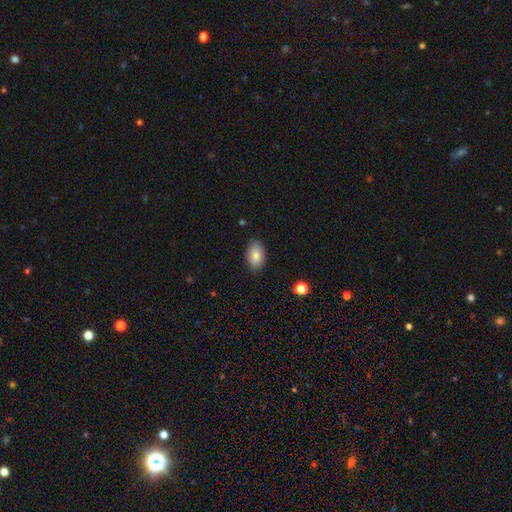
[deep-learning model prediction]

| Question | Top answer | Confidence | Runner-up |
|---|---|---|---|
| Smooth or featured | smooth | 84% | featured or disk (9%) |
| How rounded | in between | 91% | round (8%) |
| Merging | none | 85% | minor disturbance (12%) |